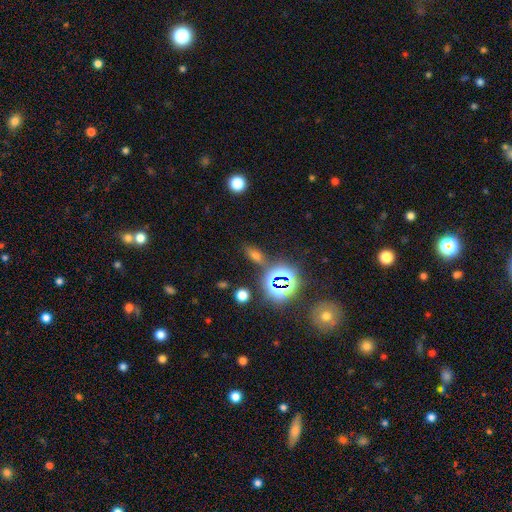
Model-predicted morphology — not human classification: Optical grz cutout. It shows a smooth galaxy with no disk features (48%). Merging: none (73%).